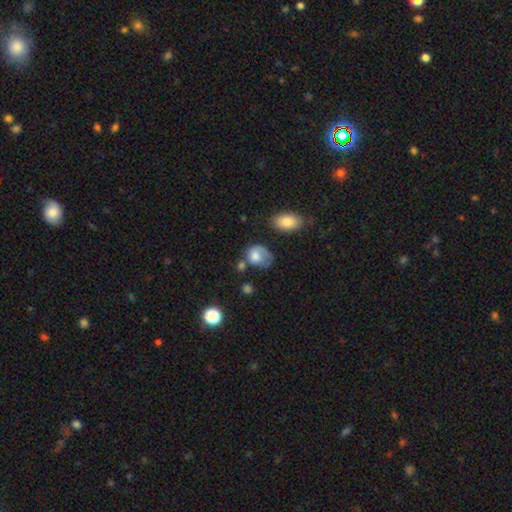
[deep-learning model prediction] Smooth or featured?
  - smooth: 70% *
  - featured or disk: 21%
  - star or artifact: 9%
How rounded?
  - in between: 51% *
  - round: 48%
  - cigar-shaped: 1%
Merging?
  - none: 33% *
  - minor disturbance: 30%
  - major disturbance: 27%
  - merger: 10%